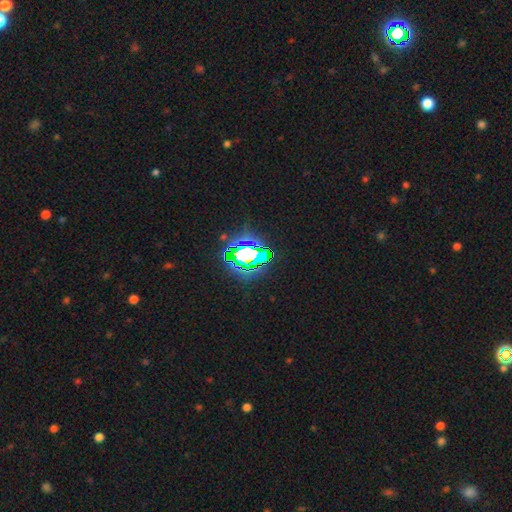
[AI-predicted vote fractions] A star or artifact, not a galaxy (67%).